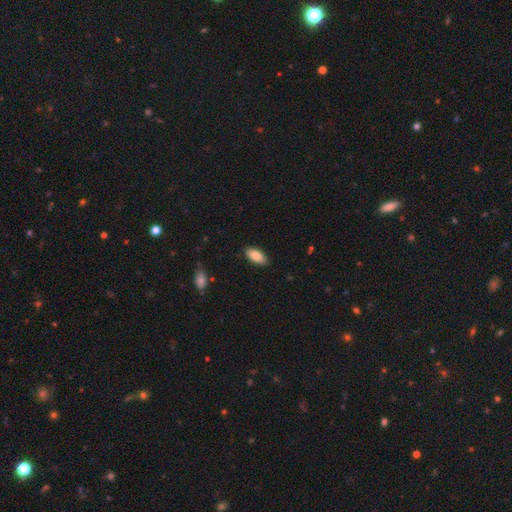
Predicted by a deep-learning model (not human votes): Q: Smooth or featured?
A: smooth (87%); runner-up: featured or disk (7%)
Q: How rounded?
A: in between (89%); runner-up: cigar-shaped (9%)
Q: Merging?
A: none (86%); runner-up: minor disturbance (10%)